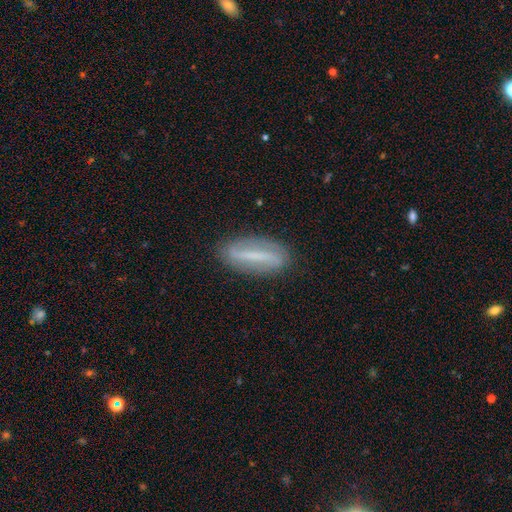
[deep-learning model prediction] Q: Smooth or featured?
A: featured or disk (57%); runner-up: smooth (35%)
Q: Edge-on disk?
A: no (71%); runner-up: yes (29%)
Q: Merging?
A: none (83%); runner-up: minor disturbance (12%)